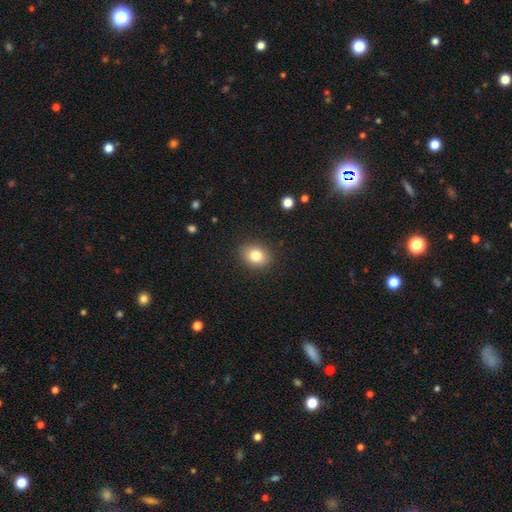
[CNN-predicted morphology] Smooth or featured: smooth — 81% (star or artifact — 10%)
How rounded: in between — 52% (round — 47%)
Merging: none — 88% (minor disturbance — 8%)